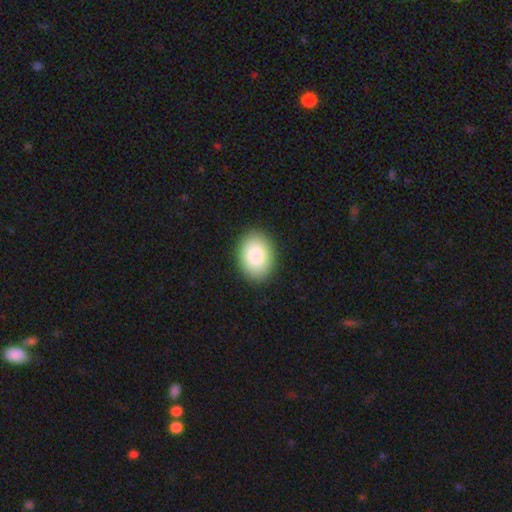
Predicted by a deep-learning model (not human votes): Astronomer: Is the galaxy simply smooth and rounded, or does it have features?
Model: smooth — 86%.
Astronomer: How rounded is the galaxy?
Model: in between — 74%.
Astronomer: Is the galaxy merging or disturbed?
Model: none — 90%.